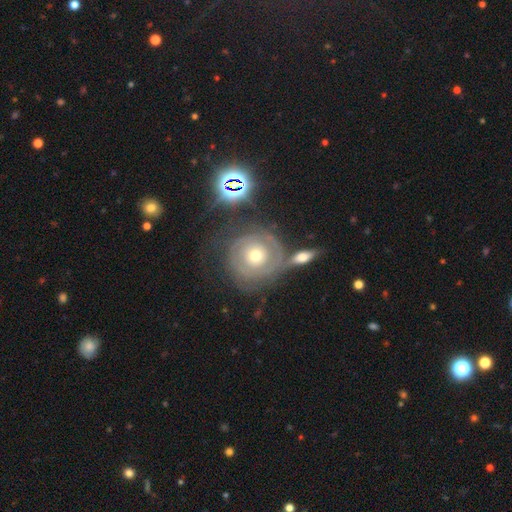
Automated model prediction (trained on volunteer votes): Morphology: type=featured or disk (76%); edge-on=no (96%); bar=no (85%); spiral arms=yes (82%); winding=tight (82%); arm count=can't tell (38%); bulge=moderate (66%); merging=none (62%).